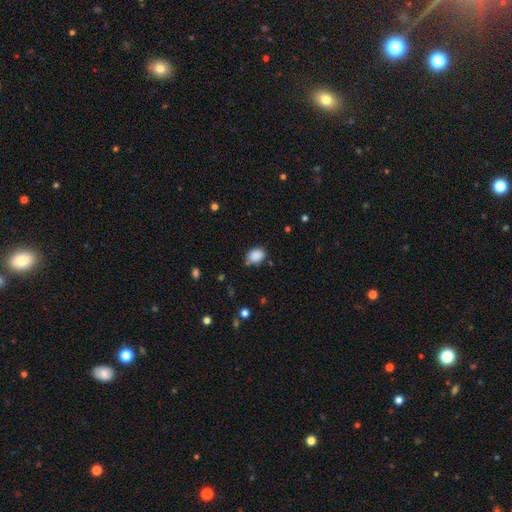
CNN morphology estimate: This appears to be a smooth galaxy with no disk features (88%) that is in between round and cigar-shaped (60%). Merging: none (74%).